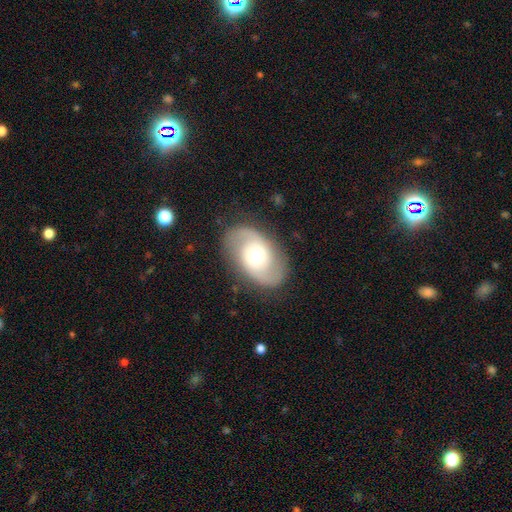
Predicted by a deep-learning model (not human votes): Smooth or featured?
  - featured or disk: 76% *
  - smooth: 18%
  - star or artifact: 6%
Edge-on disk?
  - no: 96% *
  - yes: 4%
Bar?
  - no: 63% *
  - weak: 29%
  - strong: 8%
Spiral arms?
  - yes: 90% *
  - no: 10%
Spiral winding?
  - medium: 48% *
  - loose: 27%
  - tight: 25%
Spiral arm count?
  - 2: 91% *
  - can't tell: 5%
  - 1: 2%
  - 3: 1%
  - 4: 1%
  - more than 4: 1%
Bulge size?
  - moderate: 62% *
  - small: 25%
  - large: 10%
  - dominant: 2%
  - none: 1%
Merging?
  - none: 83% *
  - minor disturbance: 11%
  - major disturbance: 4%
  - merger: 1%